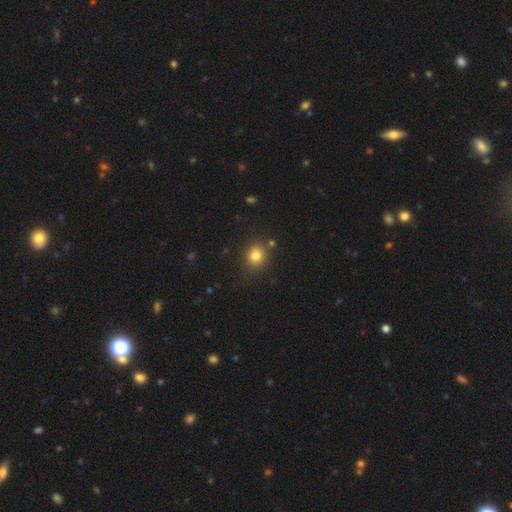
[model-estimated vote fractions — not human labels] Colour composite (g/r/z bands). It shows a smooth galaxy with no disk features (81%) that is round (82%). Merging: none (83%).